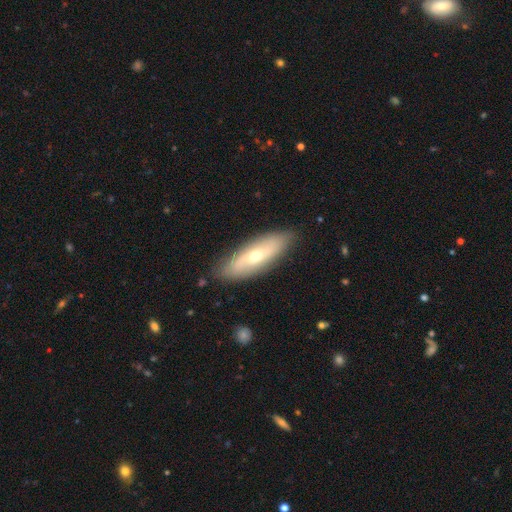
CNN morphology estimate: smooth-or-featured: featured or disk: 50% | smooth: 44% | star or artifact: 6%
  disk-edge-on: no: 65% | yes: 35%
  merging: none: 86% | minor disturbance: 10% | major disturbance: 2% | merger: 1%